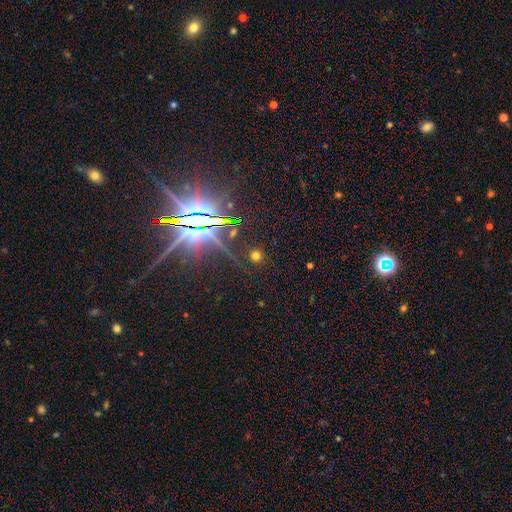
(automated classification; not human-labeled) This appears to be a smooth galaxy with no disk features (53%) that is round (92%). Merging: none (86%).